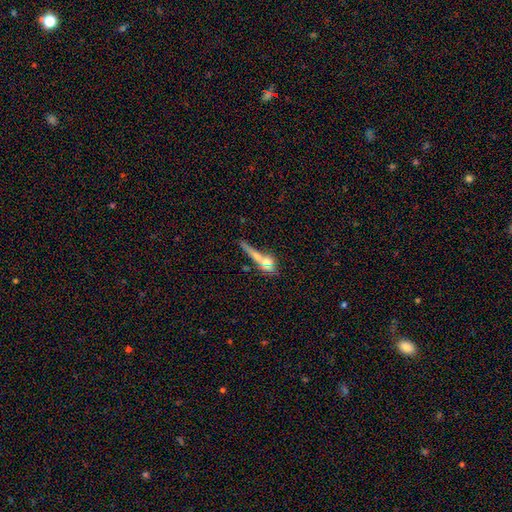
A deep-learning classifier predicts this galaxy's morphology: Q: Smooth or featured?
A: smooth (47%); runner-up: featured or disk (40%)
Q: Merging?
A: none (38%); tied with: merger (38%)